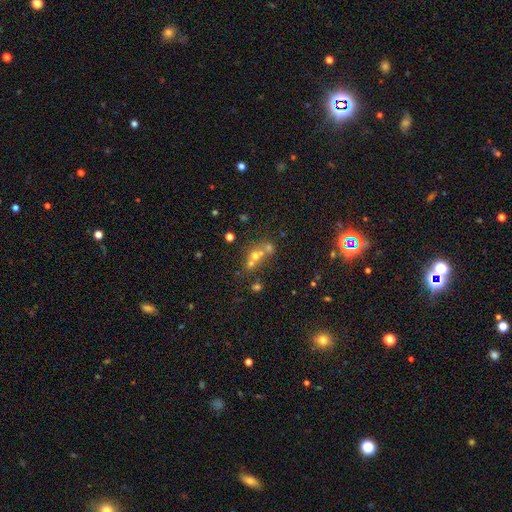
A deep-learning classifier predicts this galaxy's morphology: This appears to be a smooth galaxy with no disk features (50%) that is round (74%). Merging: merger (54%).